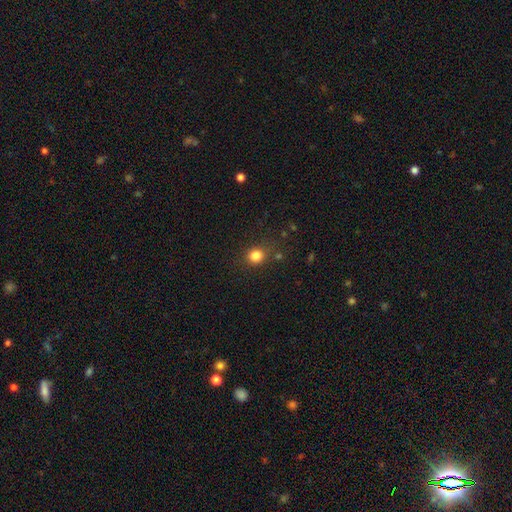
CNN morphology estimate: This appears to be a smooth galaxy with no disk features (83%) that is round (81%). Merging: none (81%).